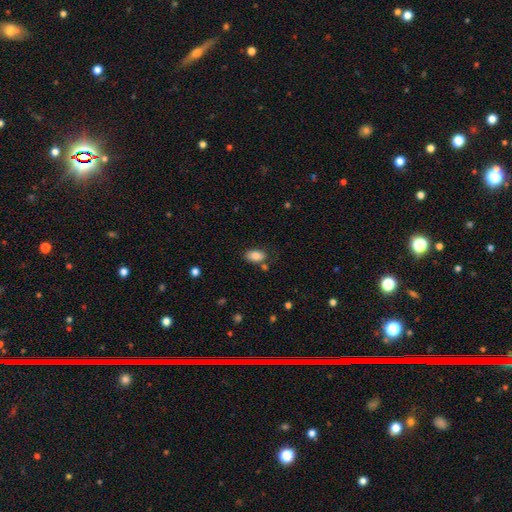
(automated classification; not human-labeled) This appears to be a smooth galaxy with no disk features (84%) that is in between round and cigar-shaped (91%). Merging: none (73%).